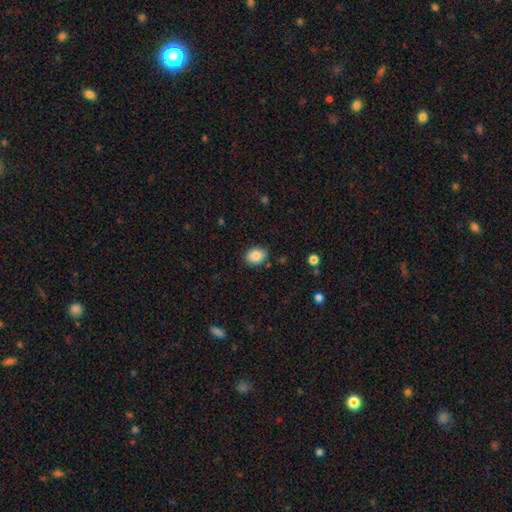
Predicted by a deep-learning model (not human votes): Smooth or featured: smooth — 87% (star or artifact — 8%)
How rounded: in between — 65% (round — 34%)
Merging: none — 85% (minor disturbance — 11%)